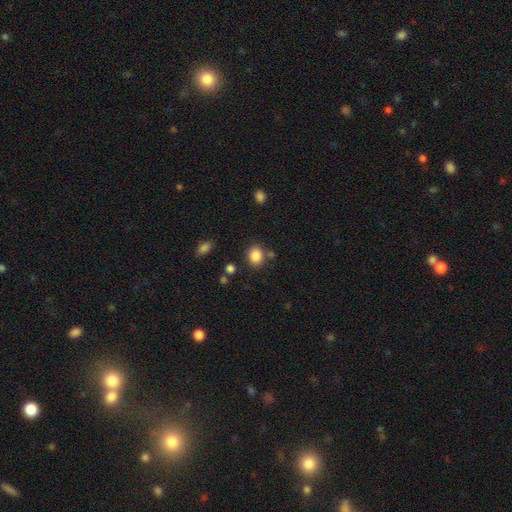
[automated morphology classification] This appears to be a smooth galaxy with no disk features (86%) that is round (63%). Merging: none (76%).